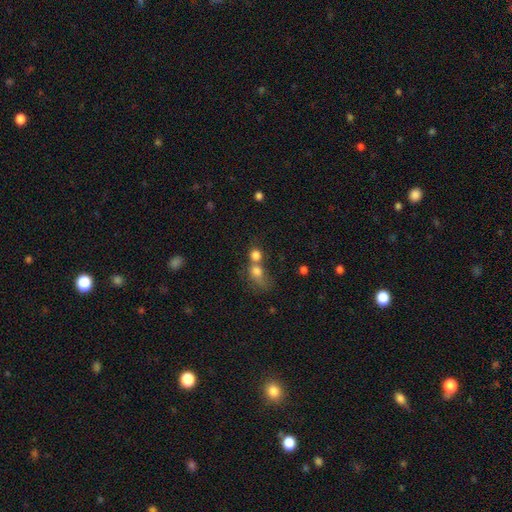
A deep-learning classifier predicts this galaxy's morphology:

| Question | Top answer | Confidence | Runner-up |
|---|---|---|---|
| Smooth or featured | smooth | 76% | star or artifact (13%) |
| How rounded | round | 70% | in between (28%) |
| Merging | merger | 58% | none (26%) |